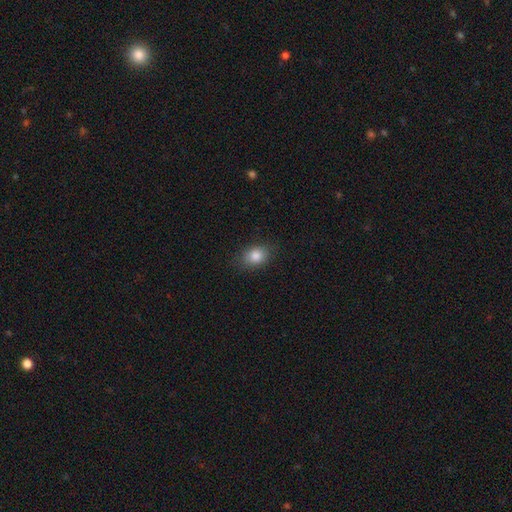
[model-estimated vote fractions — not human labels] Smooth or featured: smooth — 84% (star or artifact — 9%)
How rounded: in between — 64% (round — 35%)
Merging: none — 84% (minor disturbance — 12%)